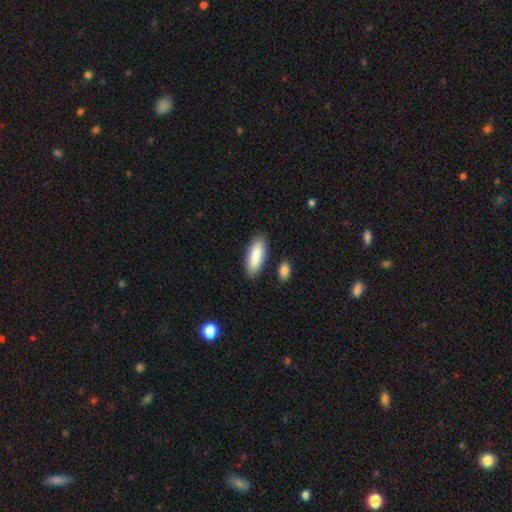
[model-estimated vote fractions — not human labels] Smooth or featured: smooth — 86% (featured or disk — 9%)
How rounded: in between — 70% (cigar-shaped — 28%)
Merging: none — 83% (minor disturbance — 11%)